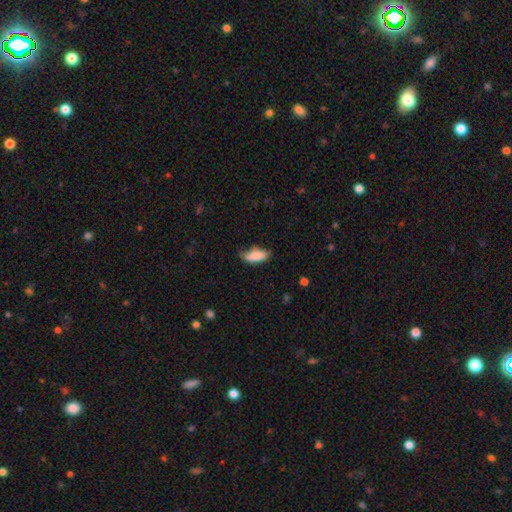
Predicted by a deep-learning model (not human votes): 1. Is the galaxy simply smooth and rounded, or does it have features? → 82% smooth, 11% featured or disk, 7% star or artifact.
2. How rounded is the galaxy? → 79% in between, 19% cigar-shaped, 2% round.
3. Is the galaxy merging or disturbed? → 51% none, 37% minor disturbance, 9% major disturbance, 3% merger.